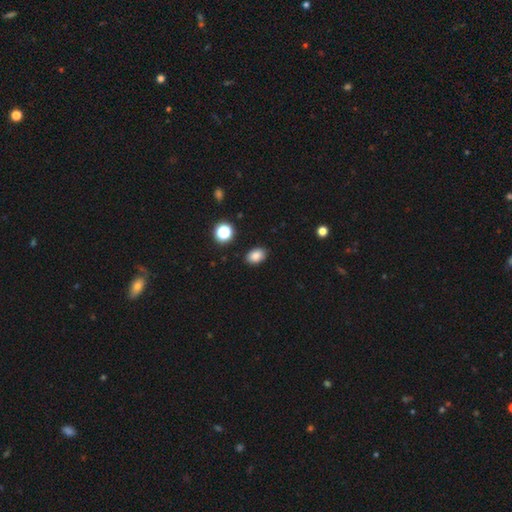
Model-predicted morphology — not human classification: This is clearly a smooth galaxy (85%). How rounded: clearly in between (80%). Merging: clearly none (88%).